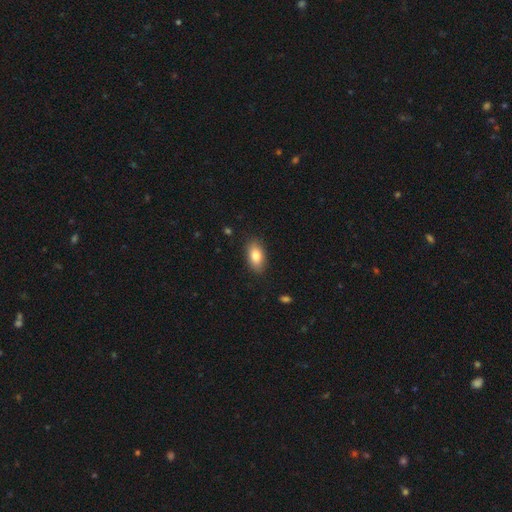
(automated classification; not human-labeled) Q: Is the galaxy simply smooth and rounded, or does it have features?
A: smooth — 83%.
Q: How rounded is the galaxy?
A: in between — 91%.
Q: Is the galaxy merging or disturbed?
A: none — 86%.